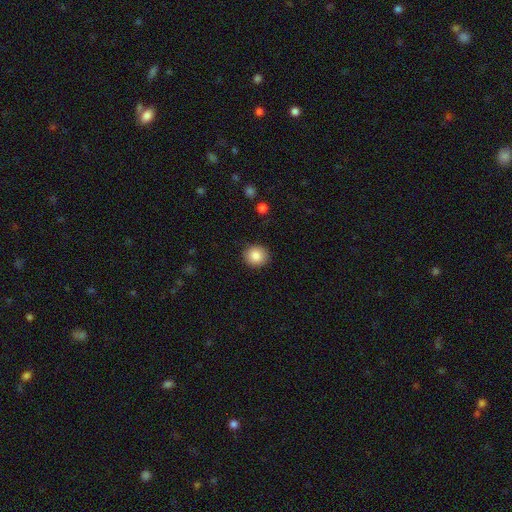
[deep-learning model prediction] Smooth or featured? Predicted: smooth (p=0.86). How rounded? Predicted: round (p=0.87). Merging? Predicted: none (p=0.90).